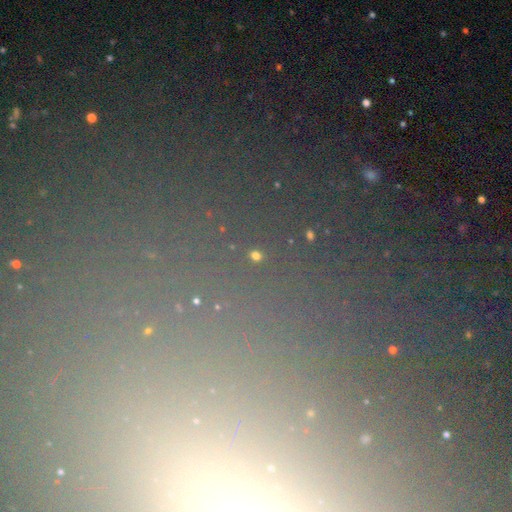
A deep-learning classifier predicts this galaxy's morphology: A smooth galaxy with no disk features (47%). Merging: none (81%).